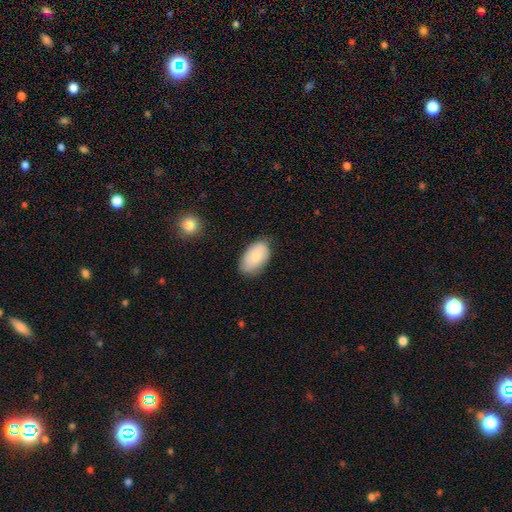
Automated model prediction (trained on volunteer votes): Q: Smooth or featured?
A: smooth (78%); runner-up: featured or disk (16%)
Q: How rounded?
A: in between (94%); runner-up: round (5%)
Q: Merging?
A: none (74%); runner-up: minor disturbance (20%)